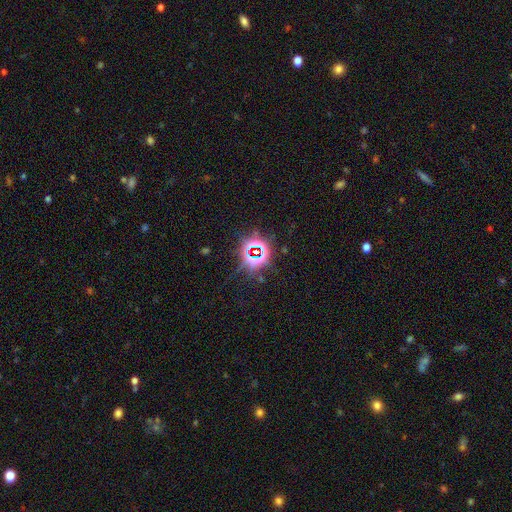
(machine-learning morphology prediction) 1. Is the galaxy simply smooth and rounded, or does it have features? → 79% star or artifact, 12% smooth, 9% featured or disk.